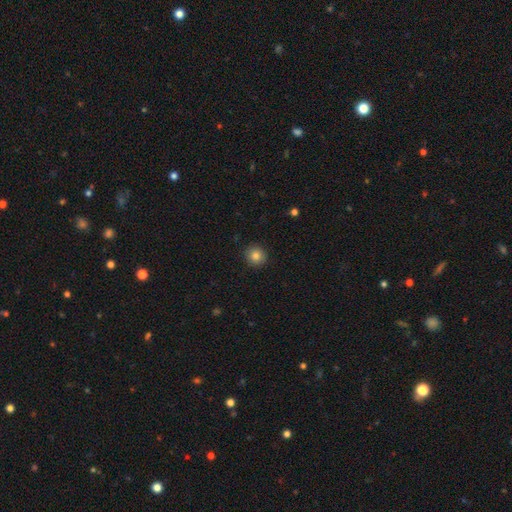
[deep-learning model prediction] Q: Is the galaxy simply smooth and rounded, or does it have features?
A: smooth — 84%.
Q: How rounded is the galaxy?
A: round — 93%.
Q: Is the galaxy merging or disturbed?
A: none — 92%.